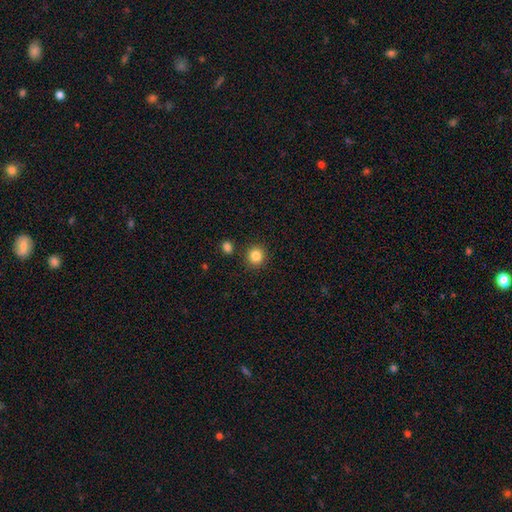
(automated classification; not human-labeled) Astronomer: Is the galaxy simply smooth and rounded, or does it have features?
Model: smooth — 85%.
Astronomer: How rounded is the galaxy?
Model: round — 90%.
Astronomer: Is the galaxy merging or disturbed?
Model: none — 87%.